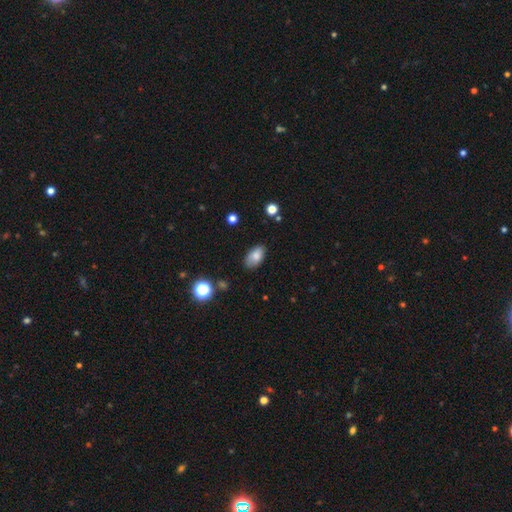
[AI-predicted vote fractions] A smooth galaxy with no disk features (82%) that is in between round and cigar-shaped (93%).

Vote fractions:
- Smooth or featured? smooth: 82% / featured or disk: 9% / star or artifact: 9%
- How rounded? in between: 93% / round: 5% / cigar-shaped: 2%
- Merging? none: 81% / minor disturbance: 15% / major disturbance: 3% / merger: 1%